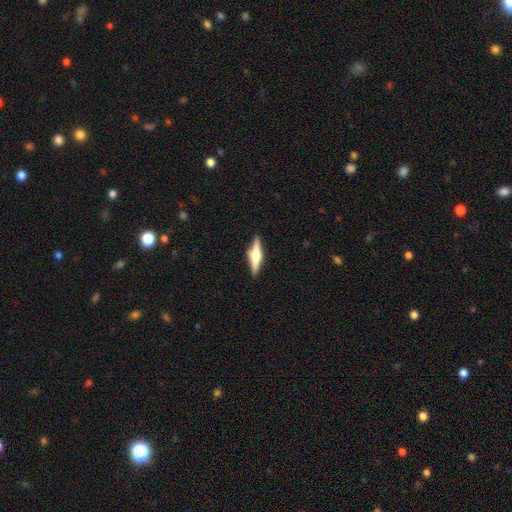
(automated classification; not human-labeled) Smooth or featured? featured or disk (69%)
Edge-on disk? yes (97%)
Edge-on bulge? rounded (90%)
Merging? none (89%)